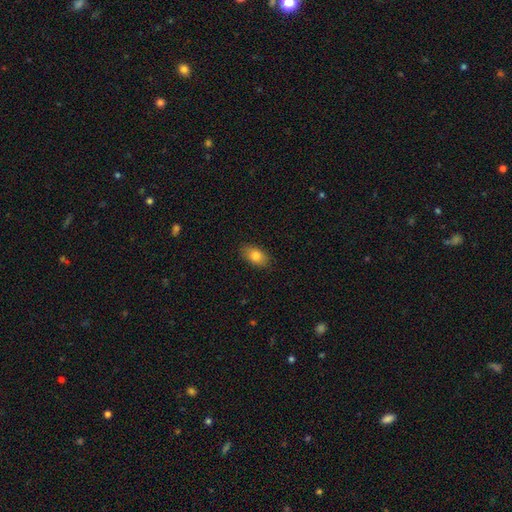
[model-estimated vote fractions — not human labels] smooth 81%, featured or disk 11%, star or artifact 8%. Down the decision tree: how rounded — in between (89%); merging — none (87%).